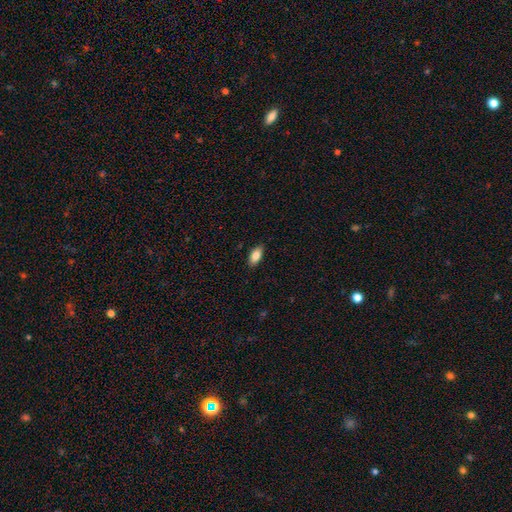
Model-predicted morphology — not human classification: type=smooth (85%); roundness=in between (90%); merging=none (87%).